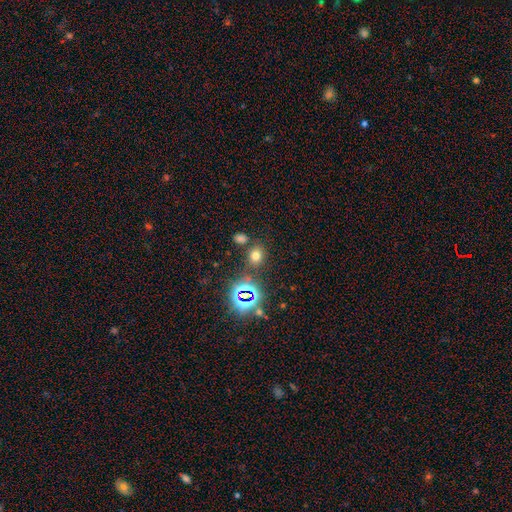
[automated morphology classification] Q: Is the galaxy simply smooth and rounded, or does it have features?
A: smooth — 64%.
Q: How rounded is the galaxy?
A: round — 53%.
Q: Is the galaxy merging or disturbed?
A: none — 78%.